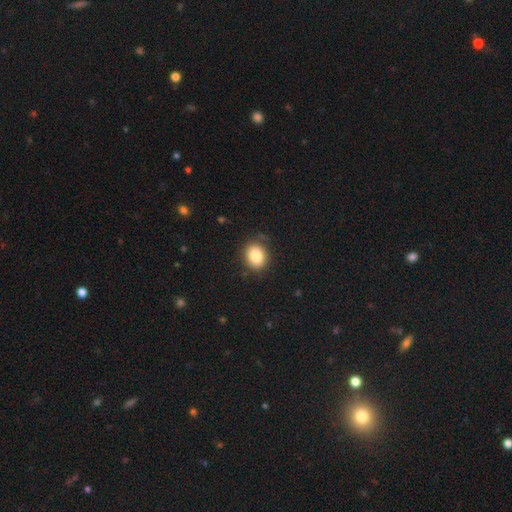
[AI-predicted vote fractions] The model was most divided on "how rounded": round: 52%, in between: 47%, cigar-shaped: 1%. More confident: smooth or featured — smooth (85%); merging — none (84%).